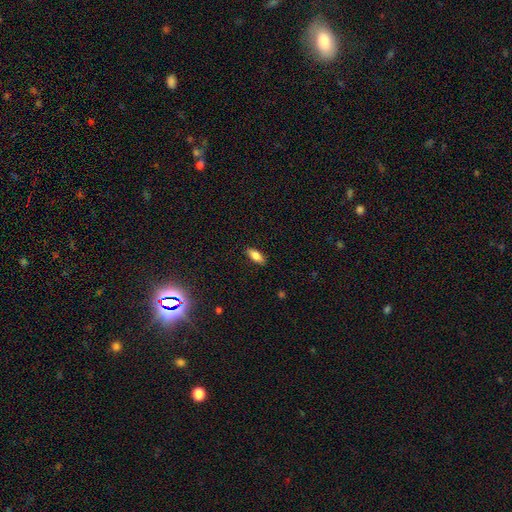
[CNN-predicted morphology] type=smooth (81%); roundness=in between (79%); merging=none (88%).